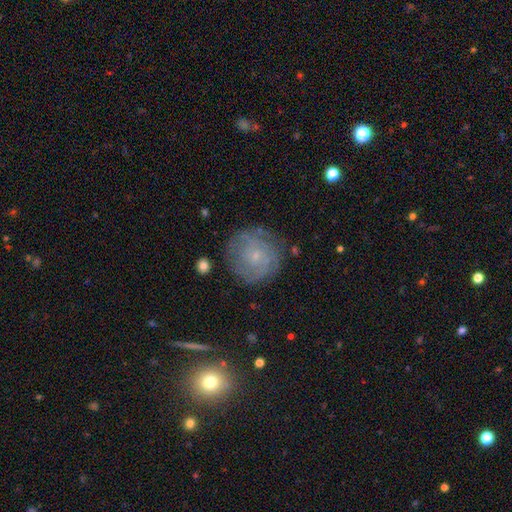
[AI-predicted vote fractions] This is likely a featured or disk galaxy (66%). It is clearly not viewed edge-on (97%). Bar: likely no (79%). Spiral arm pattern: clearly yes (87%). Spiral arm count: marginally can't tell (44%). Spiral winding: likely tight (69%). Central bulge: clearly small (82%). Merging: likely none (78%).